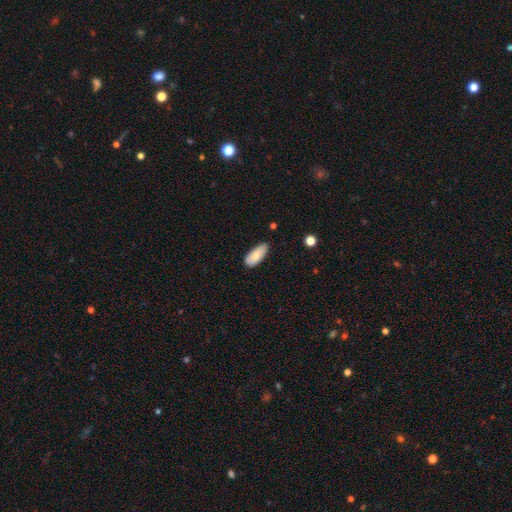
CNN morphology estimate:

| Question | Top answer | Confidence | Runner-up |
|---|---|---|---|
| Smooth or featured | smooth | 80% | featured or disk (14%) |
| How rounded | in between | 87% | cigar-shaped (11%) |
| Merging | none | 77% | minor disturbance (19%) |